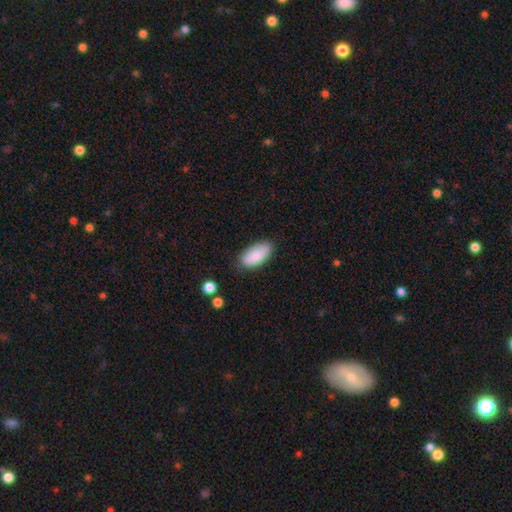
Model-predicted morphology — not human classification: A smooth galaxy with no disk features (86%) that is in between round and cigar-shaped (91%). Merging: none (81%).